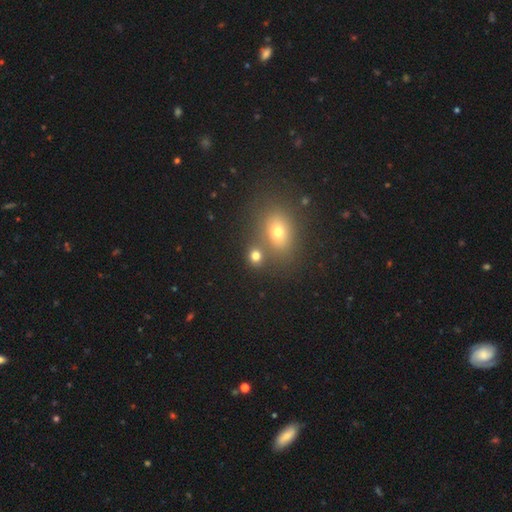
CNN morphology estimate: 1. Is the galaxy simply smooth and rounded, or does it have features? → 74% smooth, 17% star or artifact, 9% featured or disk.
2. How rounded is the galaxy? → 67% round, 31% in between, 1% cigar-shaped.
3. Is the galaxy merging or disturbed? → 61% none, 25% merger, 9% minor disturbance, 5% major disturbance.